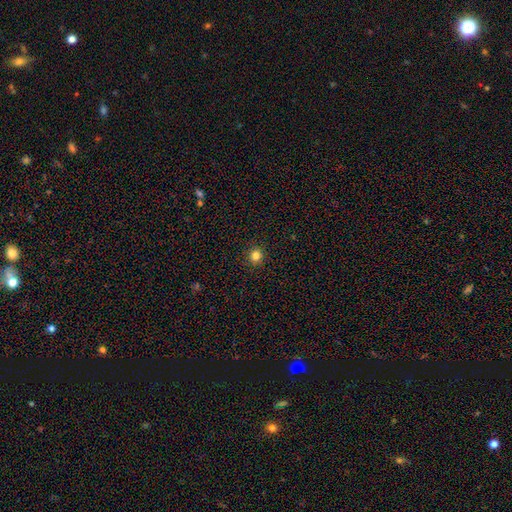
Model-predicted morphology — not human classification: This appears to be a smooth galaxy with no disk features (82%) that is round (93%). Merging: none (93%).